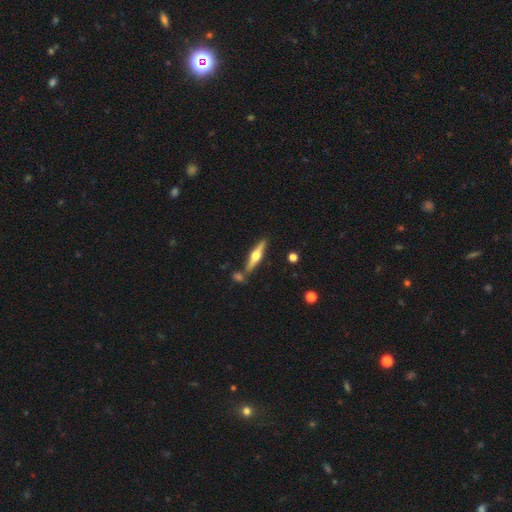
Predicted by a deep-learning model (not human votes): Smooth or featured: featured or disk — 69% (smooth — 26%)
Edge-on disk: yes — 96% (no — 4%)
Edge-on bulge: rounded — 95% (boxy — 3%)
Merging: none — 80% (minor disturbance — 9%)